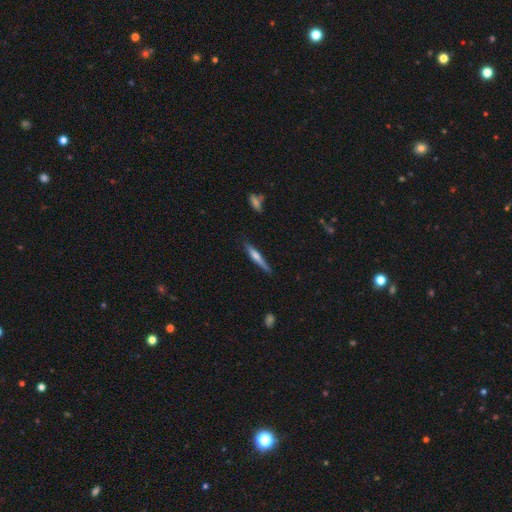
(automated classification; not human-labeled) smooth 50%, featured or disk 44%, star or artifact 6%. Down the decision tree: merging — none (79%).